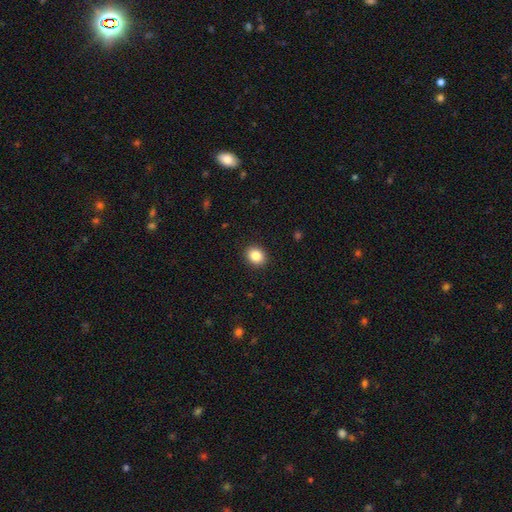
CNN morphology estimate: Q: Smooth or featured?
A: smooth (85%); runner-up: star or artifact (10%)
Q: How rounded?
A: round (62%); runner-up: in between (38%)
Q: Merging?
A: none (91%); runner-up: minor disturbance (6%)